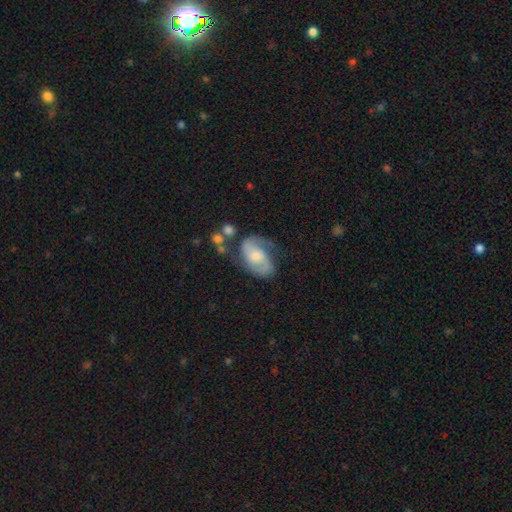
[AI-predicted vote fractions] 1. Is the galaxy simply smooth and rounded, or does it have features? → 80% featured or disk, 14% smooth, 6% star or artifact.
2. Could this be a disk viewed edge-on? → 97% no, 3% yes.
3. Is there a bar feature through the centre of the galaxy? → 52% no, 38% weak, 10% strong.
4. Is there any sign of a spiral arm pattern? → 95% yes, 5% no.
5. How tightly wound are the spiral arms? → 51% medium, 26% loose, 22% tight.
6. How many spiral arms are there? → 86% 2, 6% 1, 5% can't tell, 1% 3, 1% 4, 1% more than 4.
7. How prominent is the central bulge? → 51% moderate, 30% small, 11% large, 6% none, 2% dominant.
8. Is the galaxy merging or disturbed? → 55% none, 23% minor disturbance, 15% major disturbance, 6% merger.